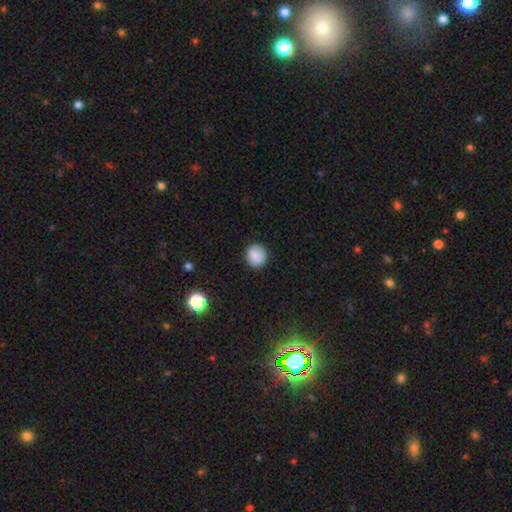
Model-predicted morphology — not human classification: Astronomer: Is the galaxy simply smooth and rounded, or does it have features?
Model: smooth — 85%.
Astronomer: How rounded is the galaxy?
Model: round — 86%.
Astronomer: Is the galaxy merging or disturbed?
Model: none — 89%.